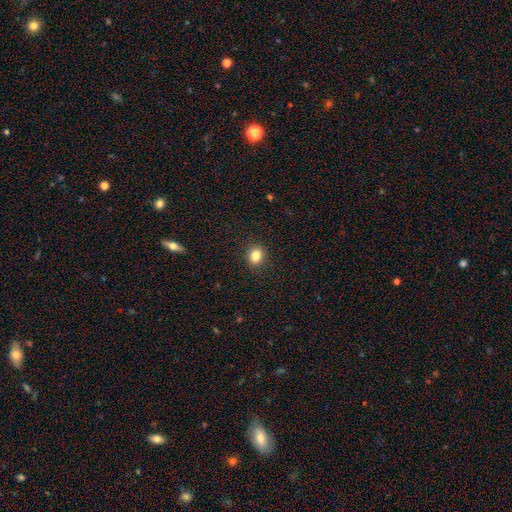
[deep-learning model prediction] A smooth galaxy with no disk features (84%) that is round (60%). Merging: none (90%).